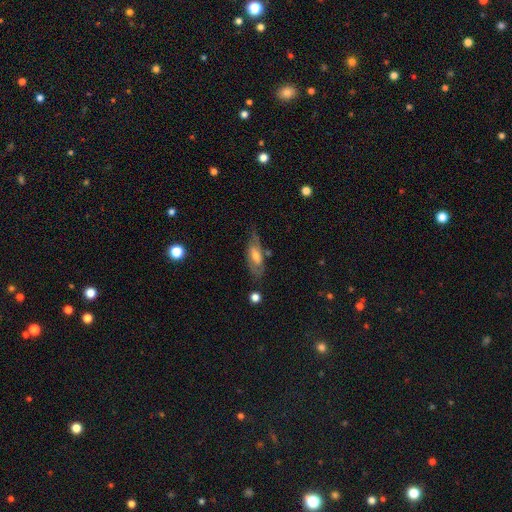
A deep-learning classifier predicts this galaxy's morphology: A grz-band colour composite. It shows a featured or disk galaxy (58%). Merging: none (65%).